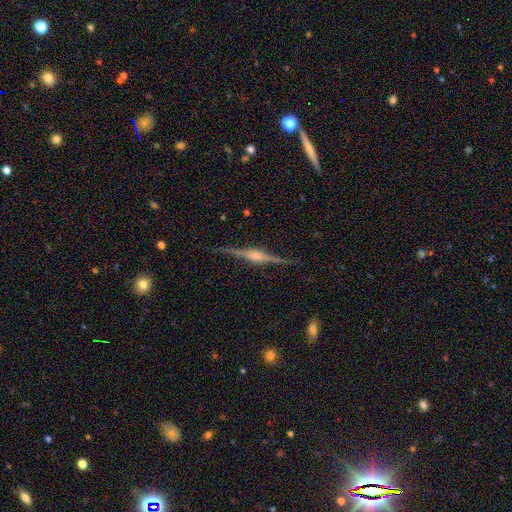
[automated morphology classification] Smooth or featured: featured or disk — 88% (smooth — 6%)
Edge-on disk: yes — 98% (no — 2%)
Edge-on bulge: rounded — 81% (boxy — 16%)
Merging: none — 89% (minor disturbance — 8%)